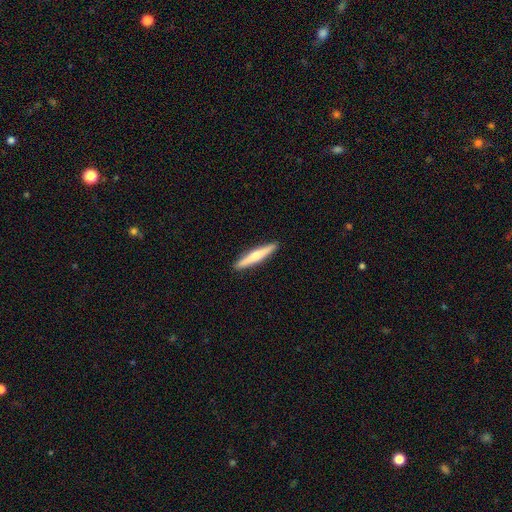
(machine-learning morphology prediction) Smooth or featured: smooth — 54% (featured or disk — 41%)
How rounded: cigar-shaped — 93% (in between — 5%)
Merging: none — 92% (minor disturbance — 6%)